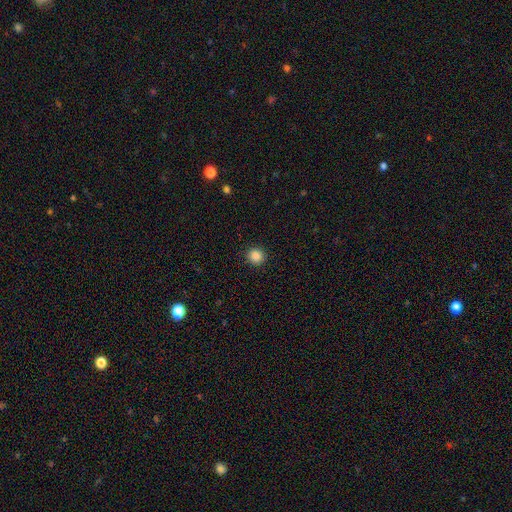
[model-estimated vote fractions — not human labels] Smooth or featured? smooth (86%)
How rounded? round (94%)
Merging? none (92%)